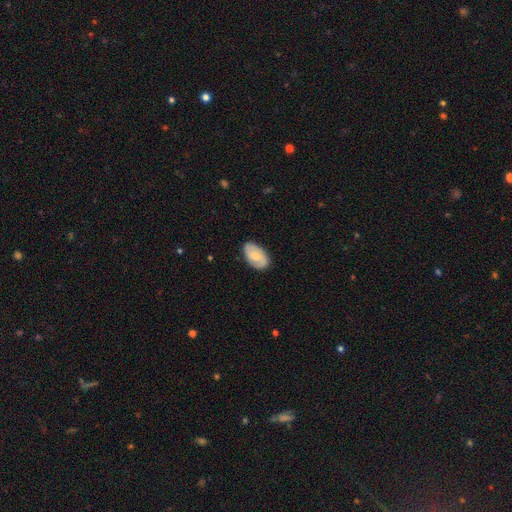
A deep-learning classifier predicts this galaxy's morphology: smooth-or-featured: smooth: 53% | featured or disk: 41% | star or artifact: 6%
  how-rounded: in between: 92% | round: 6% | cigar-shaped: 2%
  merging: none: 83% | minor disturbance: 13% | major disturbance: 2% | merger: 1%